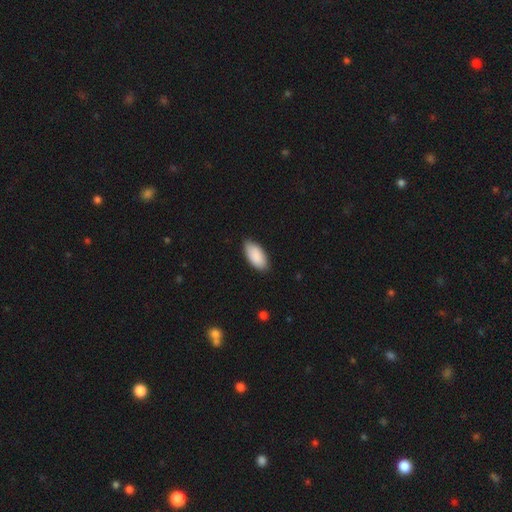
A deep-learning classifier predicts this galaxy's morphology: Smooth or featured?
  - smooth: 90% *
  - star or artifact: 6%
  - featured or disk: 4%
How rounded?
  - in between: 94% *
  - cigar-shaped: 4%
  - round: 2%
Merging?
  - none: 84% *
  - minor disturbance: 13%
  - major disturbance: 2%
  - merger: 1%